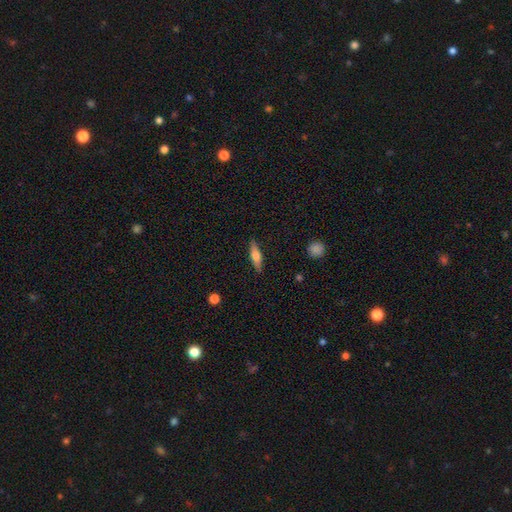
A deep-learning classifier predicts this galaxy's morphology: A smooth galaxy with no disk features (48%). Merging: none (87%).